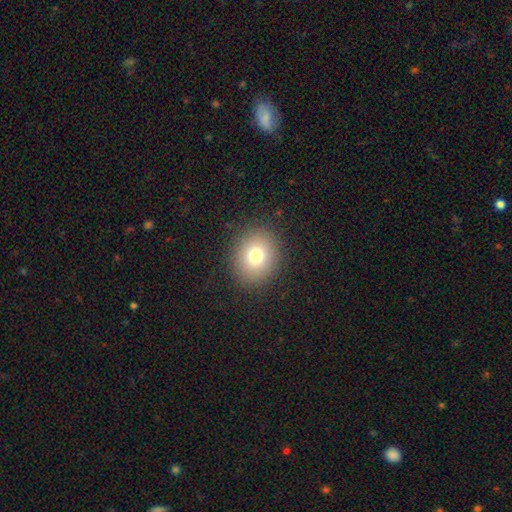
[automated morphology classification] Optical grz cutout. It shows a smooth galaxy with no disk features (77%) that is round (69%). Merging: none (88%).